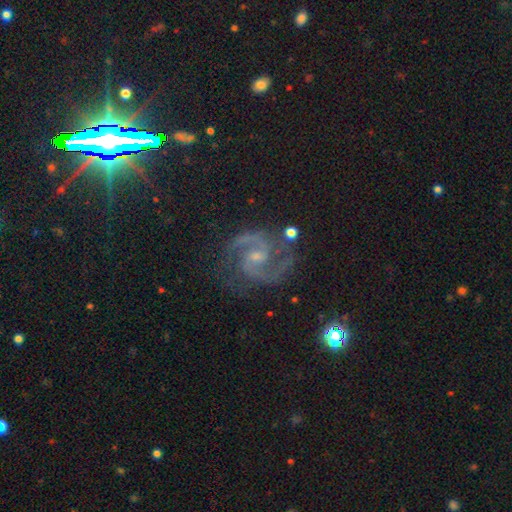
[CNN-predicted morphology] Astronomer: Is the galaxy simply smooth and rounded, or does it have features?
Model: featured or disk — 90%.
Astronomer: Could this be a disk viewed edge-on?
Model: no — 98%.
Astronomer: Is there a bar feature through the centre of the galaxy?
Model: weak — 48% (runner-up: no, 39%).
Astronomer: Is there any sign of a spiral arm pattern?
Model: yes — 99%.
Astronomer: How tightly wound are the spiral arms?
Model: medium — 66%.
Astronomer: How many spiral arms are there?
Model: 2 — 91%.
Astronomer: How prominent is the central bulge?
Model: small — 64%.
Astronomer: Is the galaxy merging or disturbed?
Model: none — 76%.